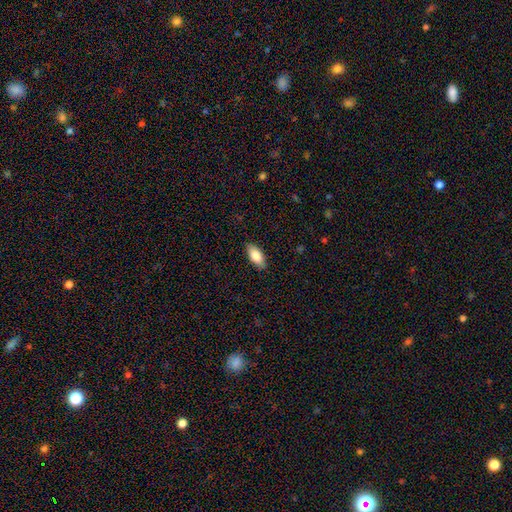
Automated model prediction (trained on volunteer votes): smooth-or-featured: smooth: 85% | featured or disk: 9% | star or artifact: 6%
  how-rounded: in between: 88% | cigar-shaped: 10% | round: 2%
  merging: none: 86% | minor disturbance: 10% | major disturbance: 2% | merger: 1%